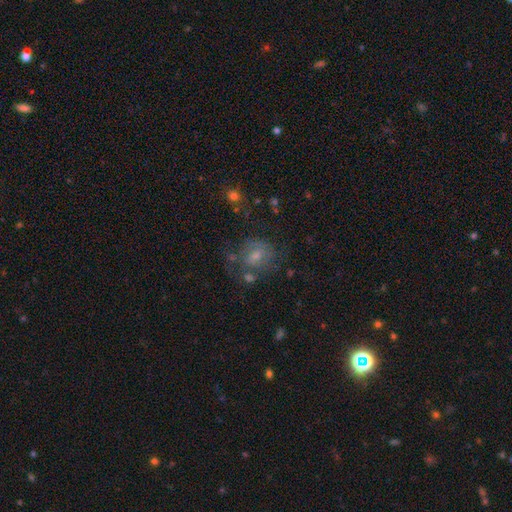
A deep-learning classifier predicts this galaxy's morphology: smooth_or_featured: featured or disk (p=0.45) [alt: smooth p=0.39]
merging: none (p=0.52) [alt: minor disturbance p=0.21]